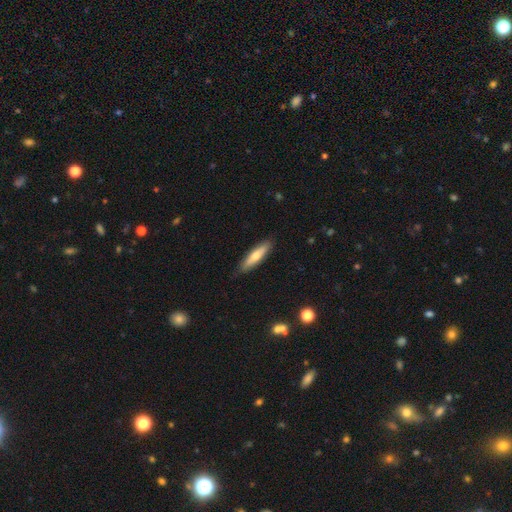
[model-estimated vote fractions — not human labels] A smooth galaxy with no disk features (60%) that is cigar-shaped (76%).

Vote fractions:
- Smooth or featured? smooth: 60% / featured or disk: 34% / star or artifact: 6%
- How rounded? cigar-shaped: 76% / in between: 23% / round: 2%
- Merging? none: 87% / minor disturbance: 10% / major disturbance: 2% / merger: 1%